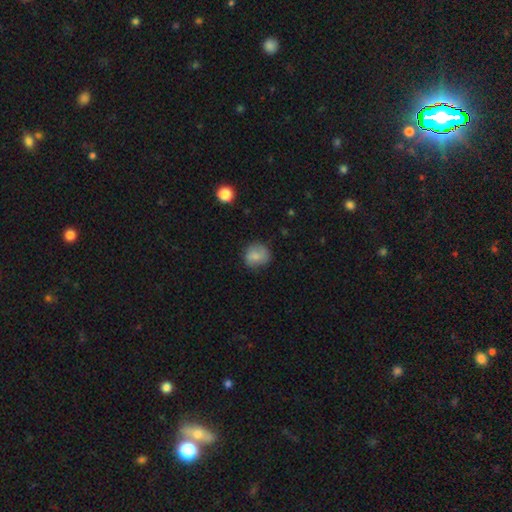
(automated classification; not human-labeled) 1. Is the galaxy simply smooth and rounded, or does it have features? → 80% smooth, 11% featured or disk, 9% star or artifact.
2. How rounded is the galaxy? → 81% round, 18% in between, 1% cigar-shaped.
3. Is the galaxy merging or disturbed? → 76% none, 18% minor disturbance, 5% major disturbance, 1% merger.